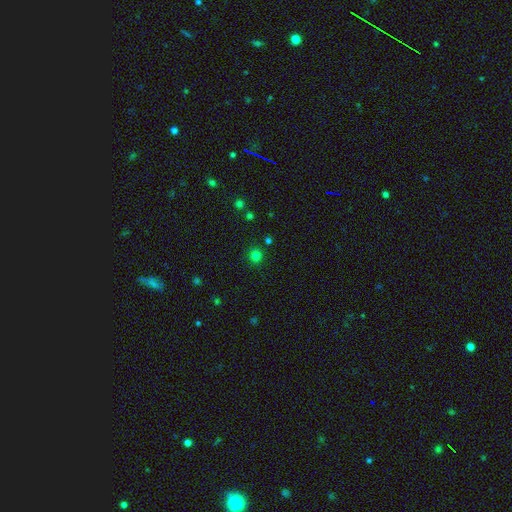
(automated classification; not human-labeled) smooth 78%, star or artifact 18%, featured or disk 4%. Down the decision tree: how rounded — round (92%); merging — none (89%).